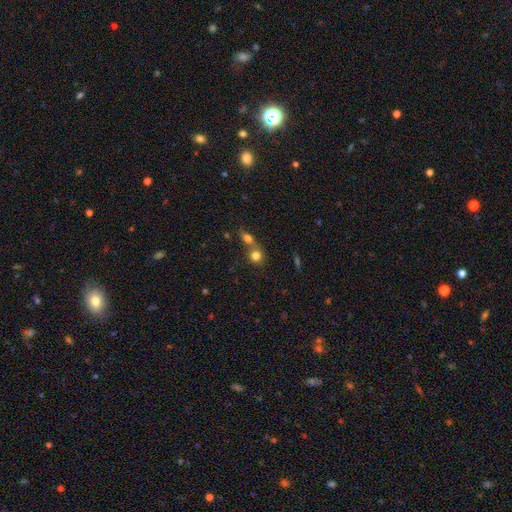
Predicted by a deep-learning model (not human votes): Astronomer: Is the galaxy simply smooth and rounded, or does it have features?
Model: smooth — 78%.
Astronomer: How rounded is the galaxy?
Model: round — 77%.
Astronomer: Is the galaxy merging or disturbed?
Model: merger — 55% (runner-up: none, 35%).